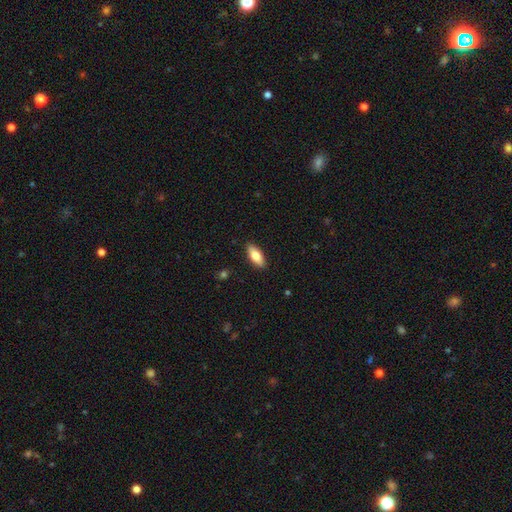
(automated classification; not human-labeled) Morphology: type=smooth (78%); roundness=in between (77%); merging=none (90%).